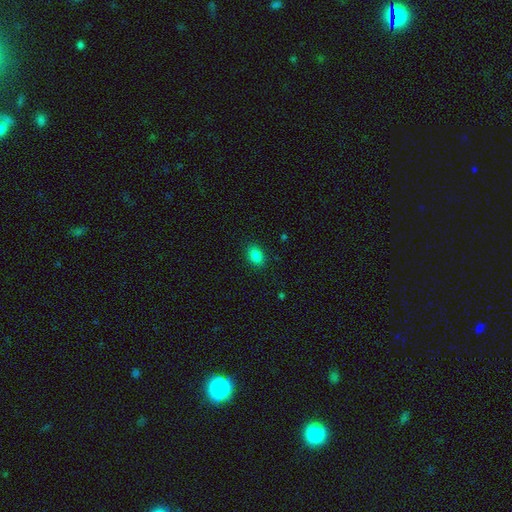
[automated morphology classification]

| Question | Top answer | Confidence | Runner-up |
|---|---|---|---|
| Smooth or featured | smooth | 85% | star or artifact (10%) |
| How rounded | in between | 85% | round (13%) |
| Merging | none | 88% | minor disturbance (9%) |